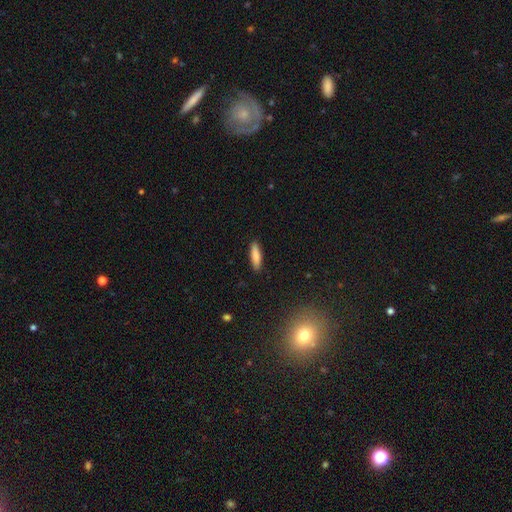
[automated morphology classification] Q: Smooth or featured?
A: smooth (84%); runner-up: featured or disk (9%)
Q: How rounded?
A: cigar-shaped (63%); runner-up: in between (35%)
Q: Merging?
A: none (90%); runner-up: minor disturbance (8%)